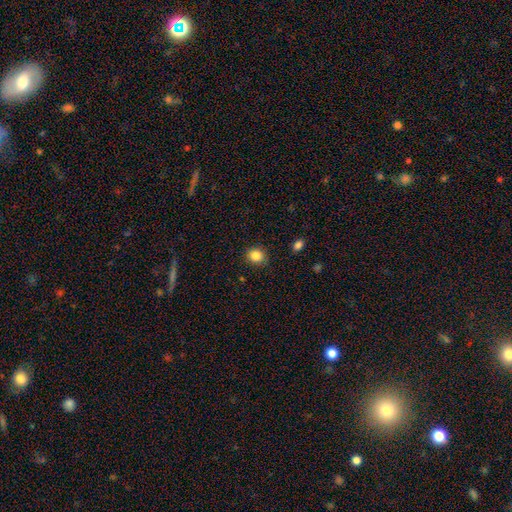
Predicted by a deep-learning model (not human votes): A smooth galaxy with no disk features (85%) that is round (72%). Merging: none (87%).